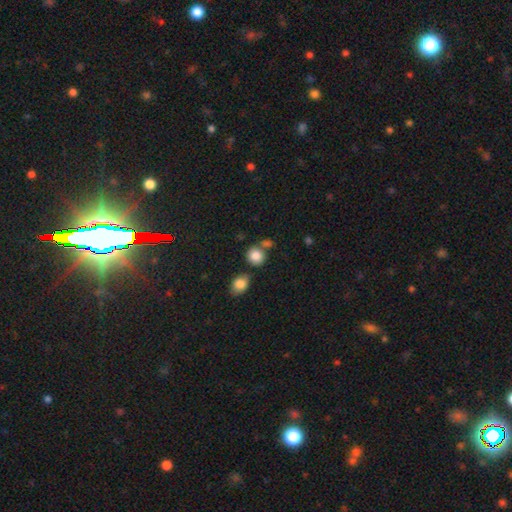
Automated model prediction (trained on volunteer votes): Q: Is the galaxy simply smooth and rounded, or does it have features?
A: smooth — 85%.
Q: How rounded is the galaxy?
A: round — 80%.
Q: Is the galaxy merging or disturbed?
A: none — 62%.